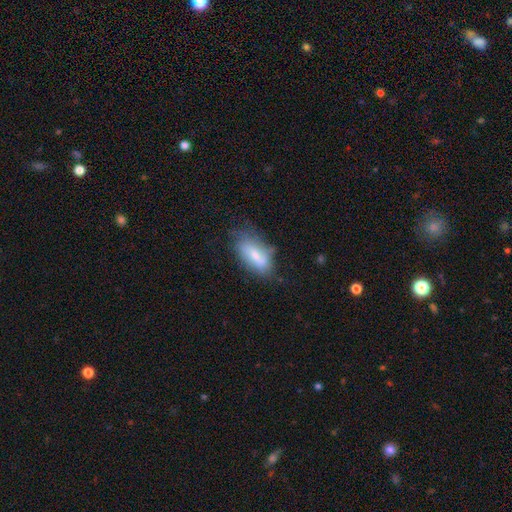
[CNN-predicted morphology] Q: Smooth or featured?
A: smooth (66%); runner-up: featured or disk (27%)
Q: How rounded?
A: in between (84%); runner-up: cigar-shaped (13%)
Q: Merging?
A: none (55%); runner-up: minor disturbance (31%)